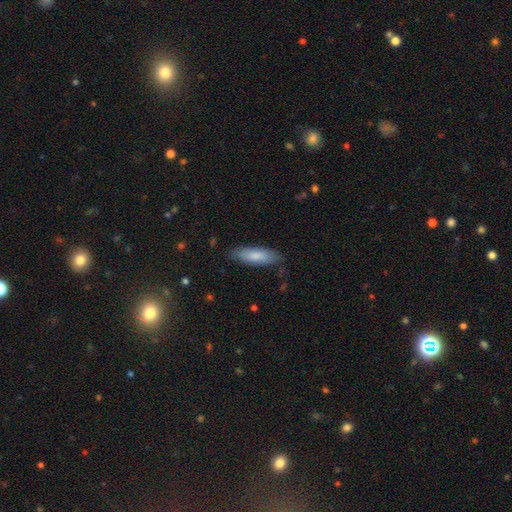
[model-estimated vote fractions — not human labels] A smooth galaxy with no disk features (80%) that is cigar-shaped (51%). Merging: none (80%).